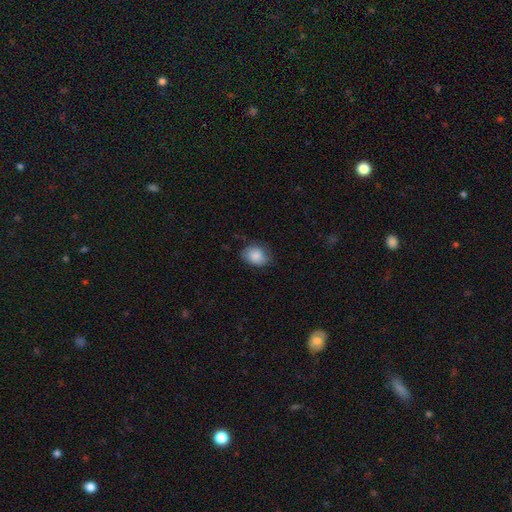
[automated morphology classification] smooth-or-featured: smooth: 84% | featured or disk: 9% | star or artifact: 7%
  how-rounded: in between: 59% | round: 40% | cigar-shaped: 1%
  merging: none: 69% | minor disturbance: 24% | major disturbance: 5% | merger: 1%